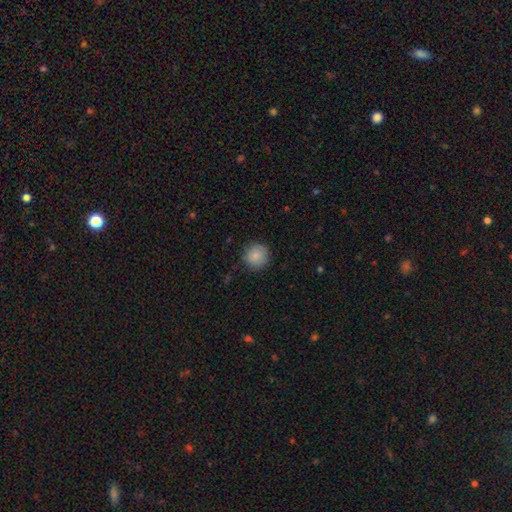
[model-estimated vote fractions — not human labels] Overall: smooth (87%). How rounded: round (94%). Merging: none (88%).